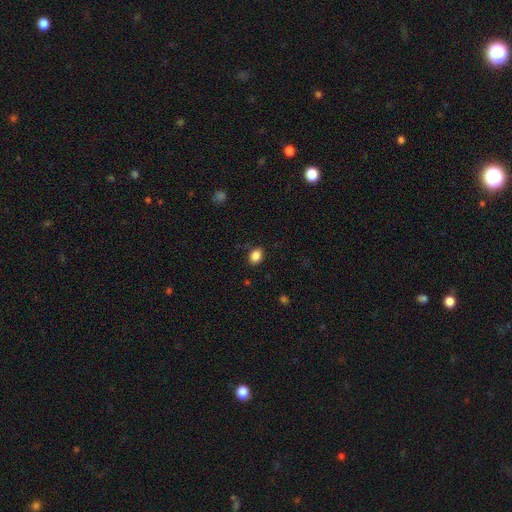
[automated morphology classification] A smooth galaxy with no disk features (86%) that is in between round and cigar-shaped (64%). Merging: none (85%).